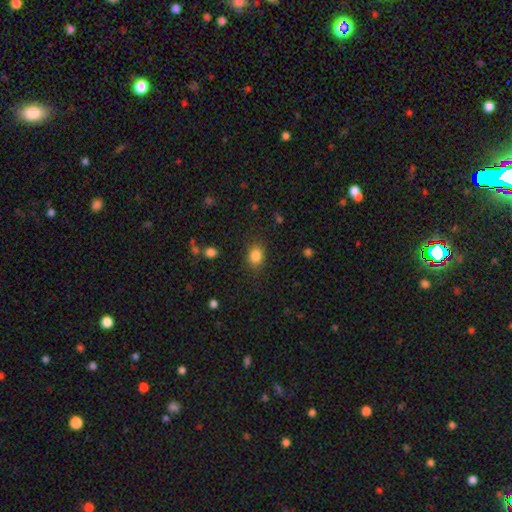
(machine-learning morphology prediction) The model was most divided on "how rounded": in between: 62%, round: 37%, cigar-shaped: 1%. More confident: smooth or featured — smooth (84%); merging — none (84%).